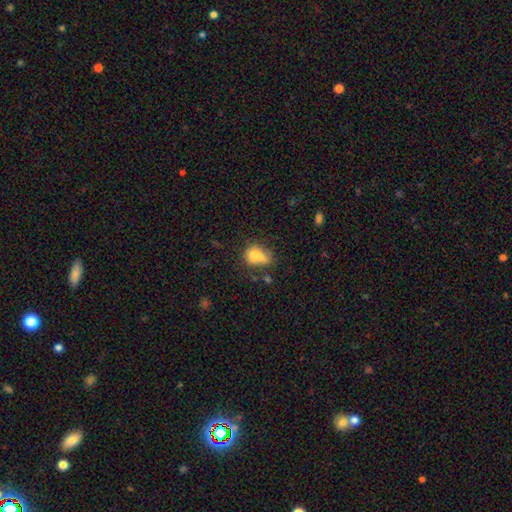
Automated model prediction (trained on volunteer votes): This appears to be a smooth galaxy with no disk features (74%) that is in between round and cigar-shaped (69%). Merging: none (33%).